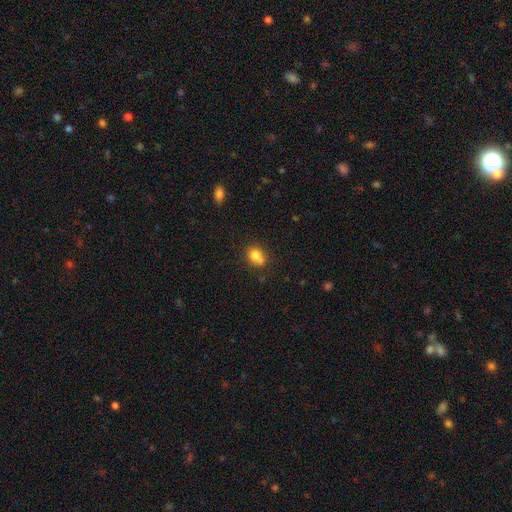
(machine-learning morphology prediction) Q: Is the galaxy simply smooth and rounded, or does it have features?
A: smooth — 77%.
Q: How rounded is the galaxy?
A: in between — 55%.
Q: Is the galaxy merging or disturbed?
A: none — 52%.